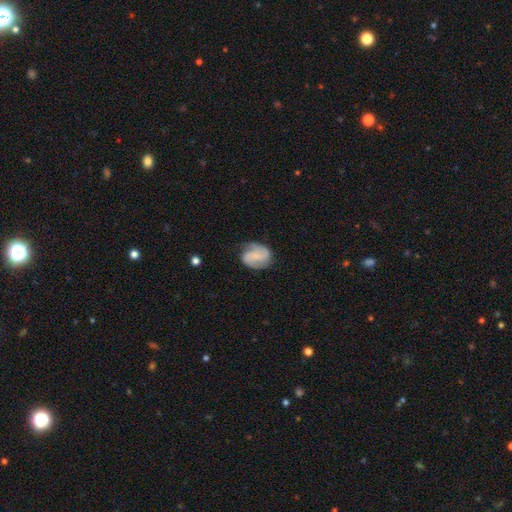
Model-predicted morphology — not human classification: smooth-or-featured: featured or disk: 71% | smooth: 23% | star or artifact: 7%
  disk-edge-on: no: 98% | yes: 2%
    bar: no: 53% | weak: 36% | strong: 11%
    has-spiral-arms: yes: 95% | no: 5%
      spiral-winding: medium: 48% | tight: 31% | loose: 21%
      spiral-arm-count: 2: 85% | can't tell: 6% | 3: 4% | 1: 2% | 4: 1% | more than 4: 1%
    bulge-size: small: 42% | none: 38% | moderate: 15% | large: 3% | dominant: 1%
  merging: none: 75% | minor disturbance: 18% | major disturbance: 6% | merger: 1%